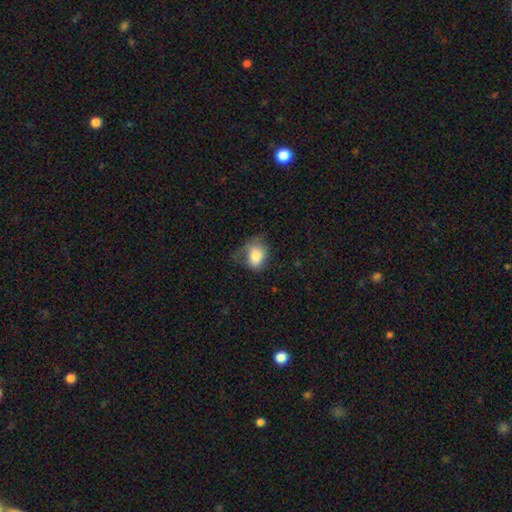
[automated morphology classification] type=smooth (80%); roundness=in between (67%); merging=none (36%).